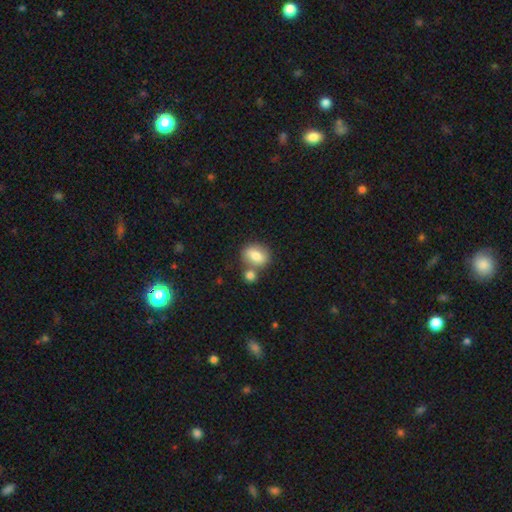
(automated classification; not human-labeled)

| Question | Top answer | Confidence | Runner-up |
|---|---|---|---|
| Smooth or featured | smooth | 76% | featured or disk (17%) |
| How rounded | in between | 57% | round (41%) |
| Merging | none | 54% | merger (31%) |